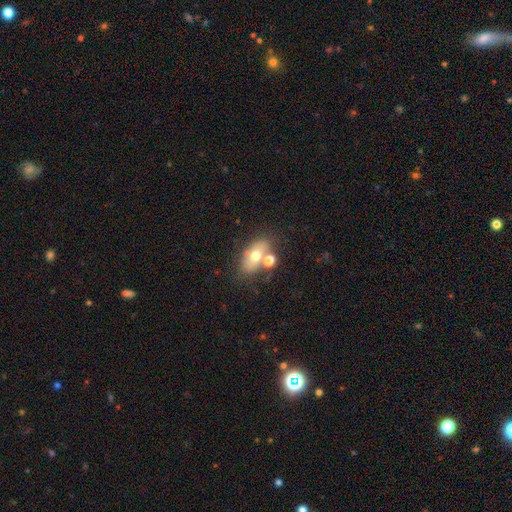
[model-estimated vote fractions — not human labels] Smooth or featured? Predicted: smooth (p=0.62). How rounded? Predicted: in between (p=0.81). Merging? Predicted: none (p=0.52).